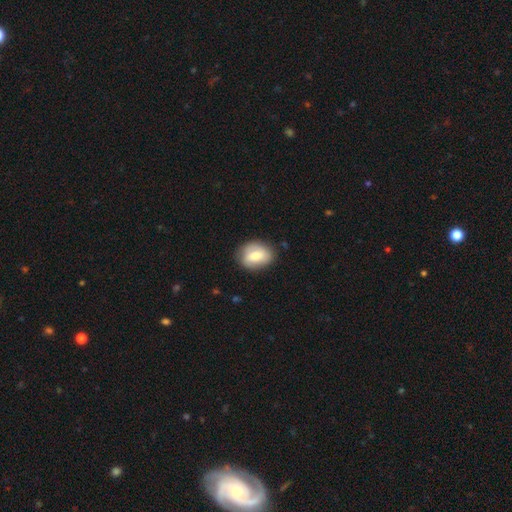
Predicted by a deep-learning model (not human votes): smooth_or_featured: smooth (p=0.72) [alt: featured or disk p=0.21]
how_rounded: in between (p=0.65) [alt: round p=0.34]
merging: none (p=0.80) [alt: minor disturbance p=0.15]